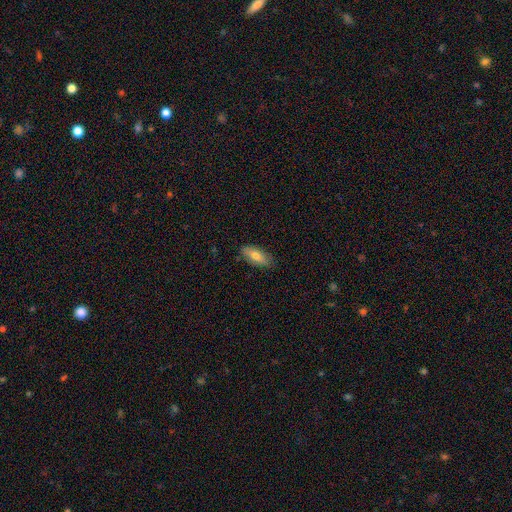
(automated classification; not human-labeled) Overall: smooth (70%). How rounded: in between (81%). Merging: none (82%).